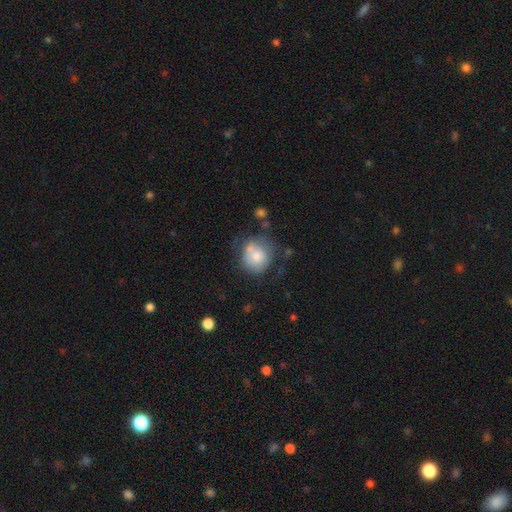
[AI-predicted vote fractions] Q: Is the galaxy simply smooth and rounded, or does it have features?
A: smooth — 73%.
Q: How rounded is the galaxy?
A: round — 81%.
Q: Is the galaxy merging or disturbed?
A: none — 48%.